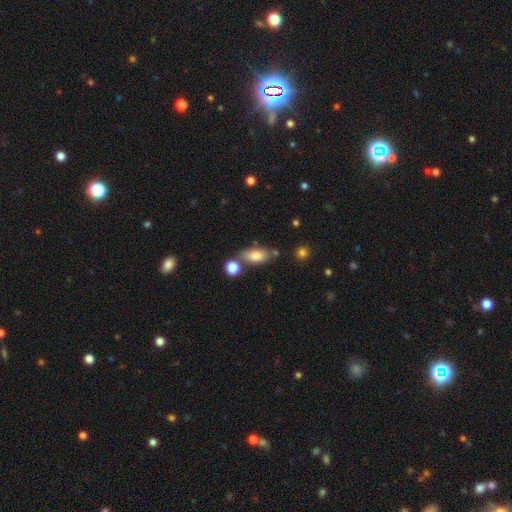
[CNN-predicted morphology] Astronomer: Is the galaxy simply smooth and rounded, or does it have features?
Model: smooth — 78%.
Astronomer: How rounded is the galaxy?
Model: in between — 85%.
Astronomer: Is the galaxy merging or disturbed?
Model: none — 66%.